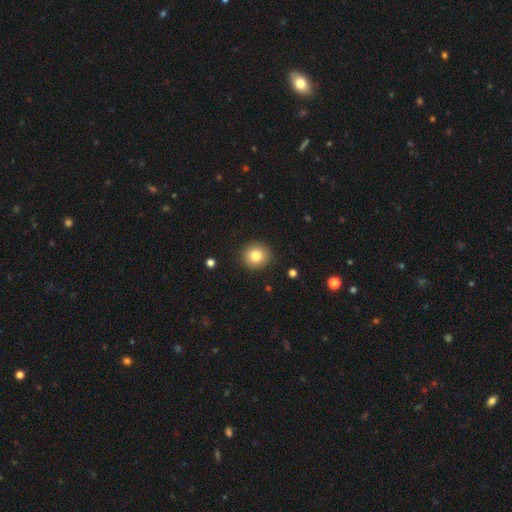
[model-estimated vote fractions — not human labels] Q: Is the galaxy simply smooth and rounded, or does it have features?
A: smooth — 81%.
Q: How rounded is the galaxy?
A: round — 89%.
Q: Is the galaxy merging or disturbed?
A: none — 91%.